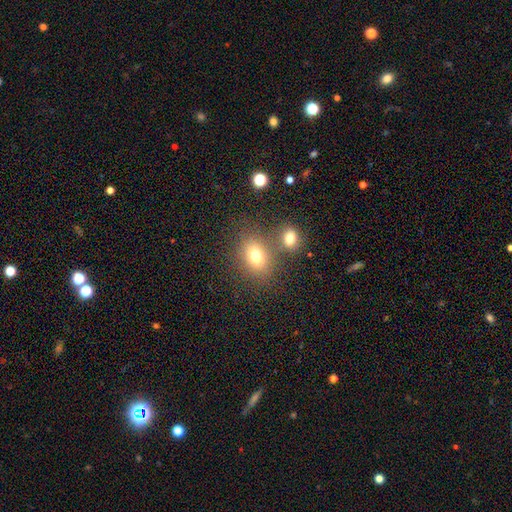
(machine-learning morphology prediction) smooth_or_featured: smooth (p=0.76) [alt: star or artifact p=0.13]
how_rounded: in between (p=0.64) [alt: round p=0.34]
merging: none (p=0.62) [alt: merger p=0.22]